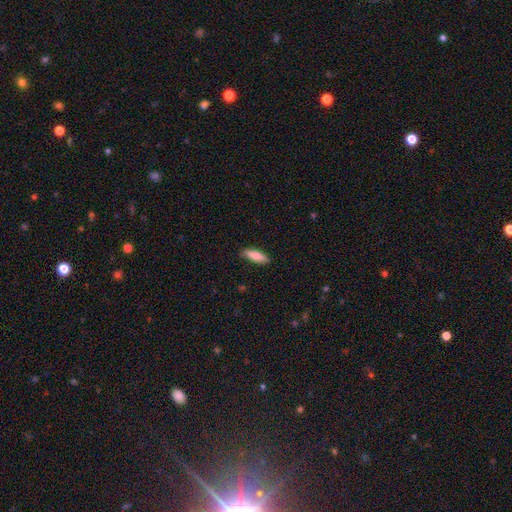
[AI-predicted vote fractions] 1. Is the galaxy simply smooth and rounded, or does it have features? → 84% smooth, 10% featured or disk, 6% star or artifact.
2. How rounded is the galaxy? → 50% cigar-shaped, 49% in between, 2% round.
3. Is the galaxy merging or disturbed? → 85% none, 12% minor disturbance, 2% major disturbance, 1% merger.